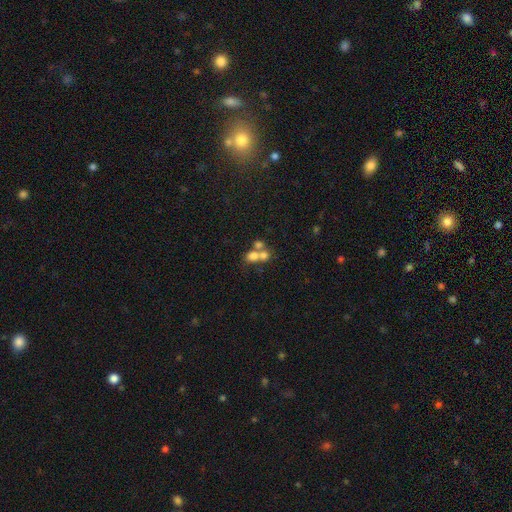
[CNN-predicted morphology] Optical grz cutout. It shows a smooth galaxy with no disk features (67%) that is round (67%). Merging: merger (62%).